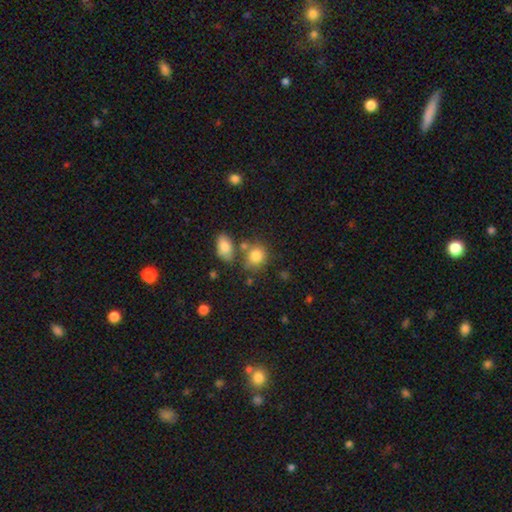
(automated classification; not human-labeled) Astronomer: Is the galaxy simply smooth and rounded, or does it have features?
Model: smooth — 82%.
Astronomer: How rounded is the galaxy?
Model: round — 61% (runner-up: in between, 38%).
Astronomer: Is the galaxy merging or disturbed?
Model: none — 57%.